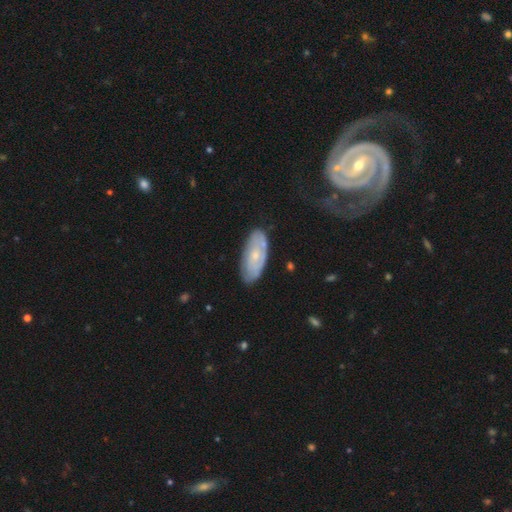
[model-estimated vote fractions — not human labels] Smooth or featured? Predicted: featured or disk (p=0.52). Edge-on disk? Predicted: no (p=0.88). Merging? Predicted: none (p=0.74).